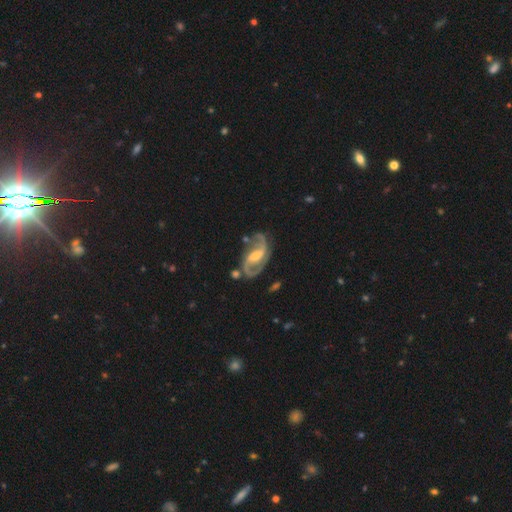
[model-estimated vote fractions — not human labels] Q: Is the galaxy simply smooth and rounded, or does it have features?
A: featured or disk — 92%.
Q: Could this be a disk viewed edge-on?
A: no — 97%.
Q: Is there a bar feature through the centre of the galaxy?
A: weak — 48%.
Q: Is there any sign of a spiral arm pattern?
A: yes — 98%.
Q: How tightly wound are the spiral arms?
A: medium — 57%.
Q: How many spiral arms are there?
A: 2 — 93%.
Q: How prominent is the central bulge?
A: moderate — 51%.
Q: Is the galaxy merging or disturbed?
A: none — 71%.